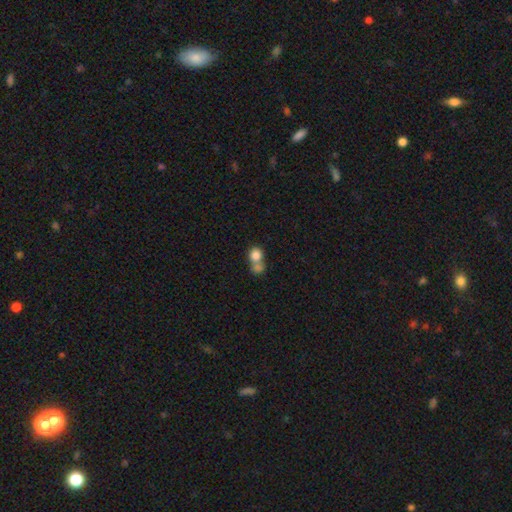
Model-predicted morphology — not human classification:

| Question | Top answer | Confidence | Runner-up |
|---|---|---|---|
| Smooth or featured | smooth | 80% | featured or disk (10%) |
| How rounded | round | 79% | in between (20%) |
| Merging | merger | 61% | none (29%) |